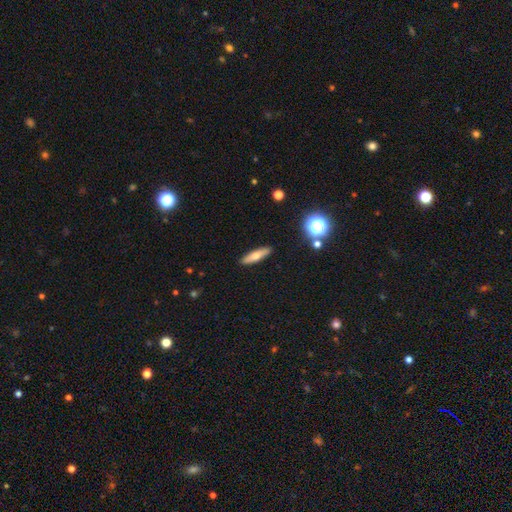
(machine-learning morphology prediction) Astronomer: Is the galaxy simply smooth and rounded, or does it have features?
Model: smooth — 61%.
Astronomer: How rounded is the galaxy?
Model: cigar-shaped — 69%.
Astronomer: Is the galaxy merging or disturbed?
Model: none — 89%.